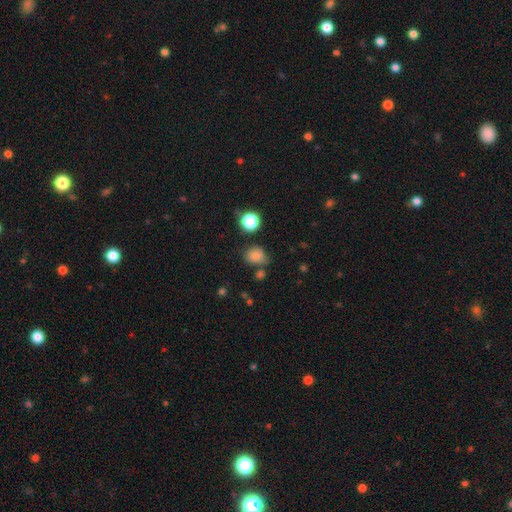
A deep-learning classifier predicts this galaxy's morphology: Overall: smooth (79%). How rounded: in between (50%; round 49%). Merging: none (63%).